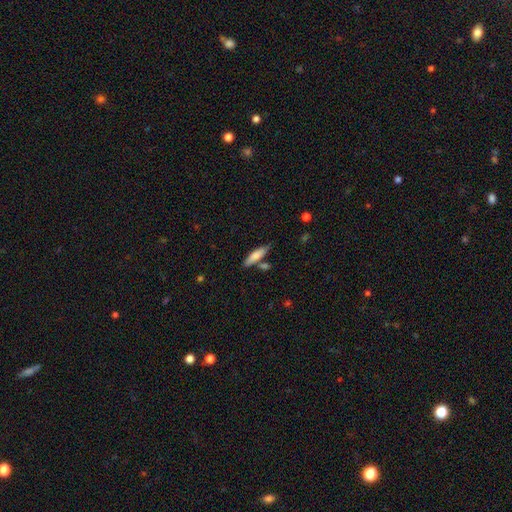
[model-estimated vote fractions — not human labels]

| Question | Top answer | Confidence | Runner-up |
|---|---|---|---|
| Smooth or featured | smooth | 75% | featured or disk (19%) |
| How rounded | cigar-shaped | 68% | in between (30%) |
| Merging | none | 71% | minor disturbance (14%) |